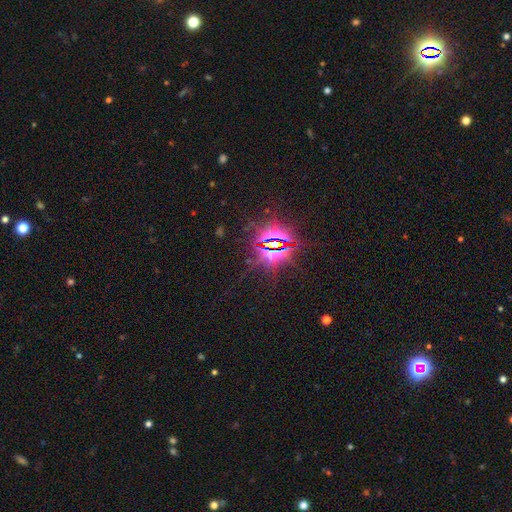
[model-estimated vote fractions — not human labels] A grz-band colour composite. It shows a star or artifact, not a galaxy (85%).